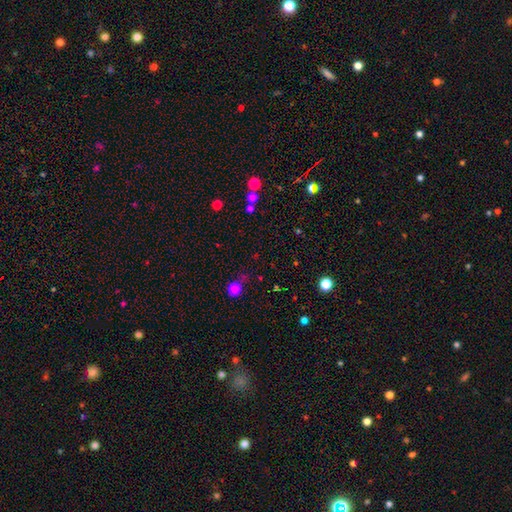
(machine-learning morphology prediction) smooth-or-featured: star or artifact: 47% | smooth: 46% | featured or disk: 7%